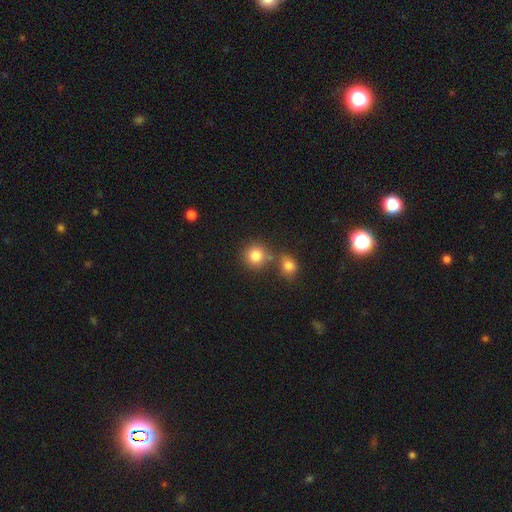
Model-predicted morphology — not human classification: type=smooth (82%); roundness=round (89%); merging=none (64%).